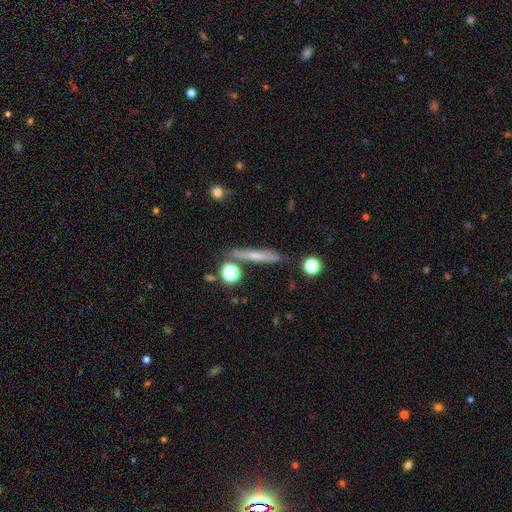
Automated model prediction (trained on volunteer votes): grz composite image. It shows a smooth galaxy with no disk features (53%) that is cigar-shaped (87%). Merging: none (79%).